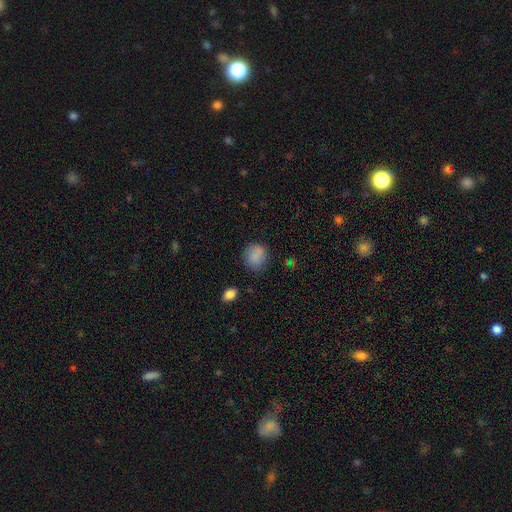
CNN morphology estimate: A smooth galaxy with no disk features (86%) that is round (74%). Merging: none (80%).